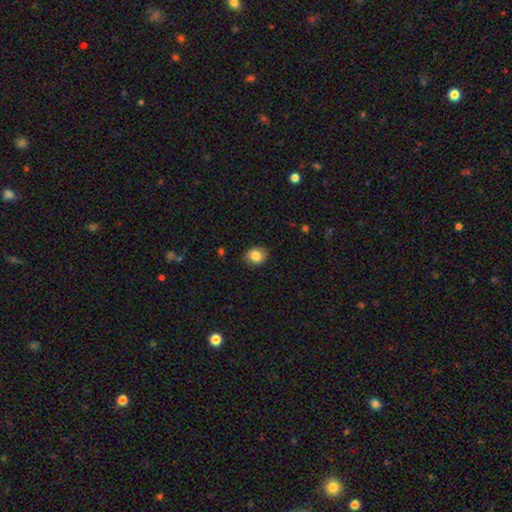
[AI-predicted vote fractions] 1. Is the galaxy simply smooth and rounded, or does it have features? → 84% smooth, 9% star or artifact, 7% featured or disk.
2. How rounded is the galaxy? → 66% round, 33% in between, 1% cigar-shaped.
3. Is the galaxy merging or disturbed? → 86% none, 10% minor disturbance, 2% major disturbance, 1% merger.